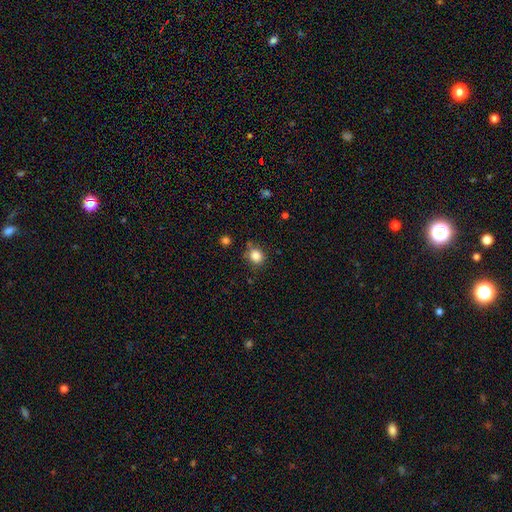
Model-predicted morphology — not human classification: smooth-or-featured: smooth: 83% | star or artifact: 11% | featured or disk: 6%
  how-rounded: round: 75% | in between: 24% | cigar-shaped: 1%
  merging: none: 76% | minor disturbance: 16% | merger: 4% | major disturbance: 4%